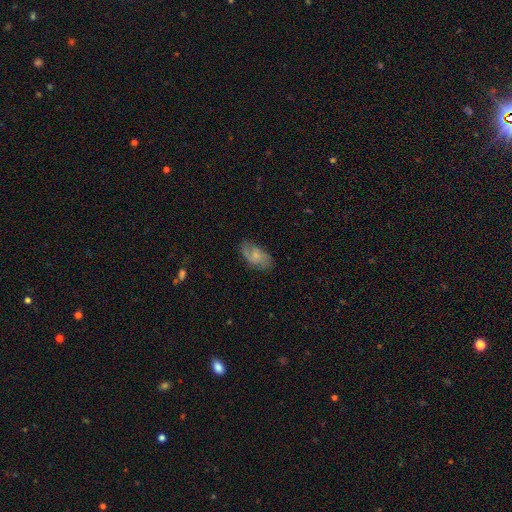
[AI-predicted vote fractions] Smooth or featured? Predicted: featured or disk (p=0.51). Edge-on disk? Predicted: no (p=0.95). Merging? Predicted: none (p=0.70).